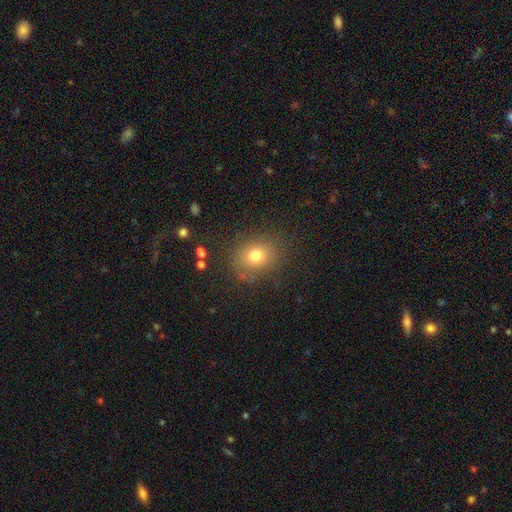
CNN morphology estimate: This appears to be a smooth galaxy with no disk features (75%) that is round (66%). Merging: none (82%).